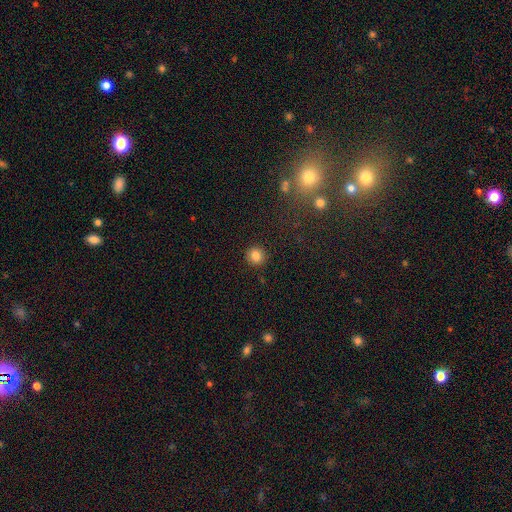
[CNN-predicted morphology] This appears to be a smooth galaxy with no disk features (83%) that is round (91%). Merging: none (91%).